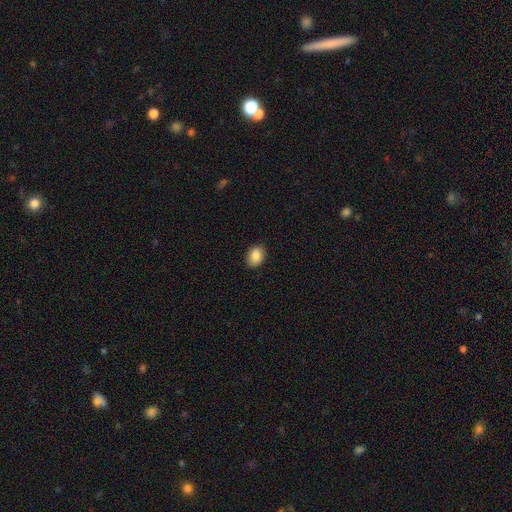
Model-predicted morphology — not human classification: This appears to be a smooth galaxy with no disk features (88%) that is in between round and cigar-shaped (71%). Merging: none (88%).